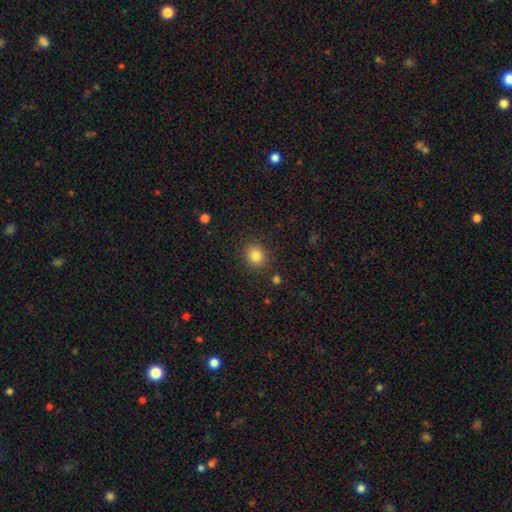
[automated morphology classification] type=smooth (83%); roundness=round (79%); merging=none (87%).